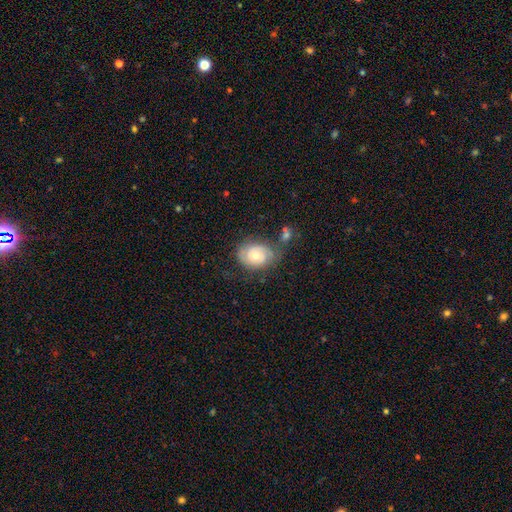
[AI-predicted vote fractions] smooth_or_featured: featured or disk (p=0.54) [alt: smooth p=0.38]
disk_edge_on: no (p=0.96) [alt: yes p=0.04]
bar: no (p=0.79) [alt: weak p=0.18]
has_spiral_arms: yes (p=0.79) [alt: no p=0.21]
bulge_size: moderate (p=0.52) [alt: small p=0.42]
merging: none (p=0.58) [alt: minor disturbance p=0.24]